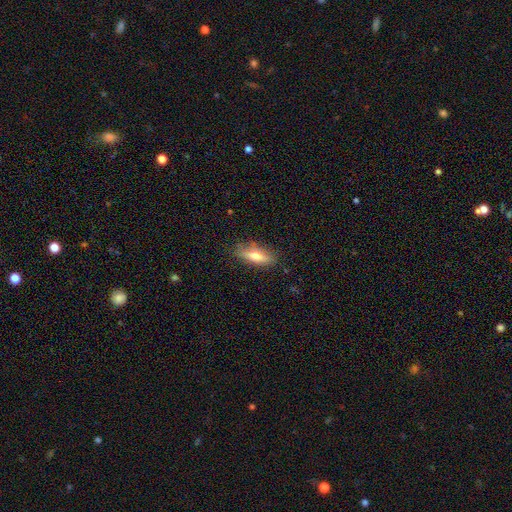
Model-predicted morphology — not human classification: type=smooth (60%); roundness=in between (53%); merging=none (82%).